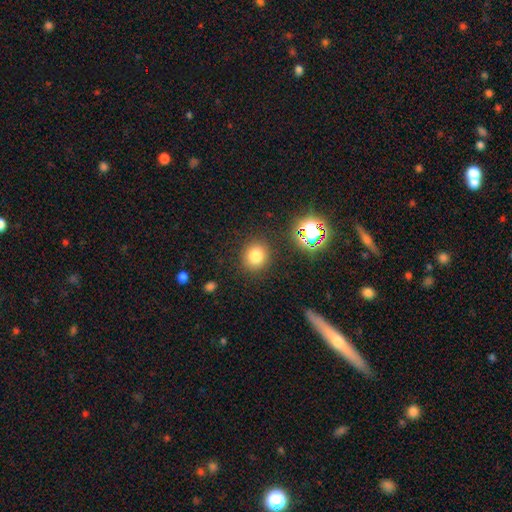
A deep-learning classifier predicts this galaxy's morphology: smooth_or_featured: smooth (p=0.78) [alt: star or artifact p=0.15]
how_rounded: round (p=0.84) [alt: in between p=0.15]
merging: none (p=0.87) [alt: minor disturbance p=0.08]